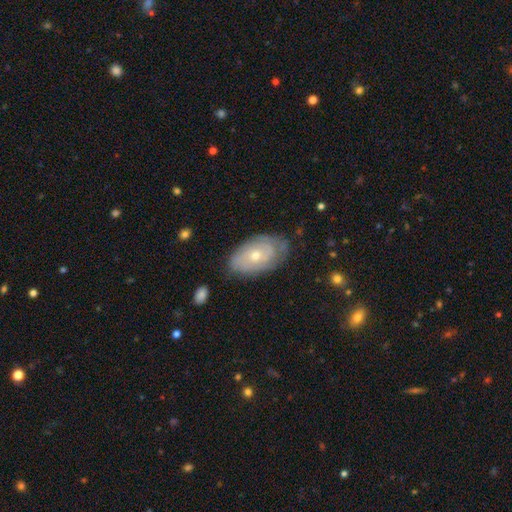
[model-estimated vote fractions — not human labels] Q: Smooth or featured?
A: featured or disk (58%); runner-up: smooth (35%)
Q: Edge-on disk?
A: no (93%); runner-up: yes (7%)
Q: Bar?
A: no (83%); runner-up: weak (14%)
Q: Spiral arms?
A: yes (62%); runner-up: no (38%)
Q: Bulge size?
A: small (56%); runner-up: moderate (41%)
Q: Merging?
A: none (68%); runner-up: minor disturbance (24%)